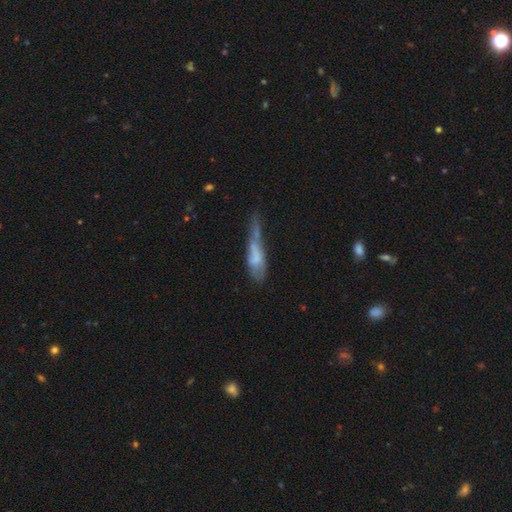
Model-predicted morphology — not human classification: smooth 52%, featured or disk 39%, star or artifact 9%. Down the decision tree: how rounded — cigar-shaped (65%); merging — minor disturbance (31%, tied with major disturbance).